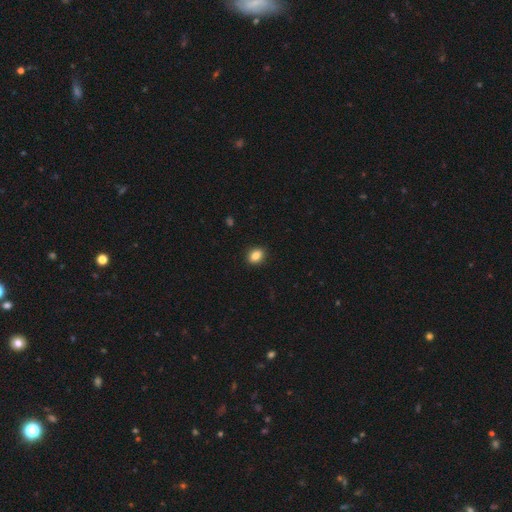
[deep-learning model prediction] A smooth galaxy with no disk features (86%) that is in between round and cigar-shaped (65%). Merging: none (90%).